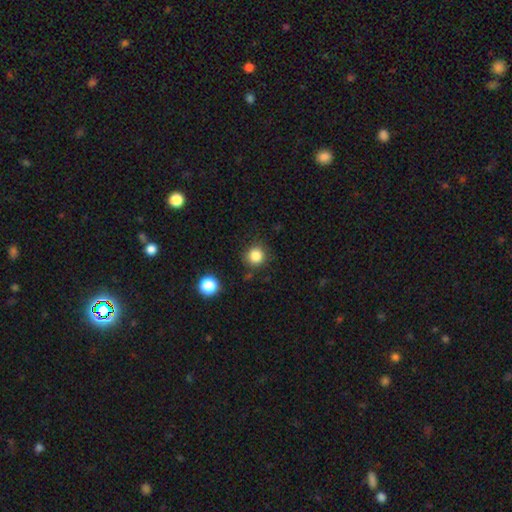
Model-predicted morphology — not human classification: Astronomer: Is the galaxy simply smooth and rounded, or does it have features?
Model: smooth — 84%.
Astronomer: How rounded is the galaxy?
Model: round — 93%.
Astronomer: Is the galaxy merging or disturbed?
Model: none — 85%.